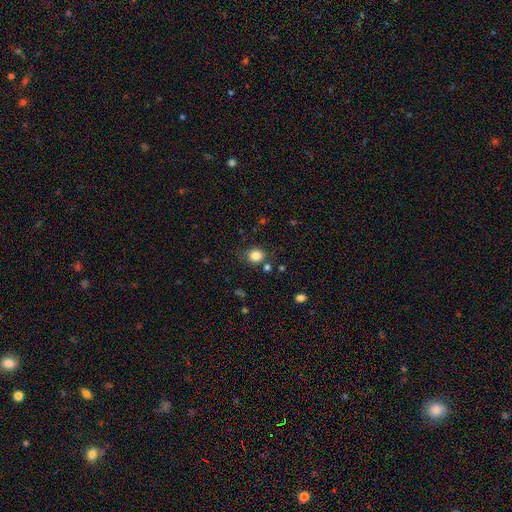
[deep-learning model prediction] smooth_or_featured: smooth (p=0.83) [alt: star or artifact p=0.11]
how_rounded: round (p=0.70) [alt: in between p=0.29]
merging: none (p=0.78) [alt: minor disturbance p=0.13]